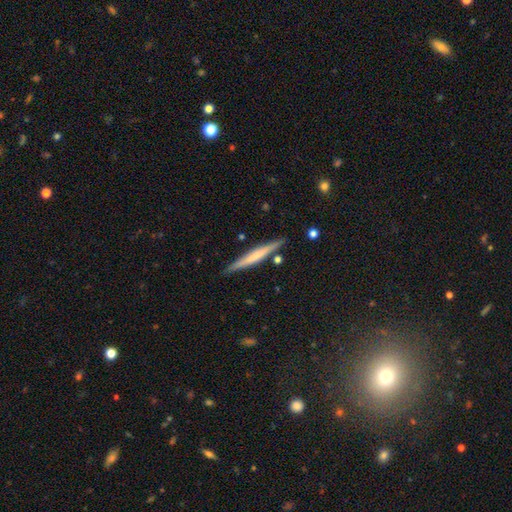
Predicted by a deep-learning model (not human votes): smooth 49%, featured or disk 46%, star or artifact 5%. Down the decision tree: merging — none (86%).